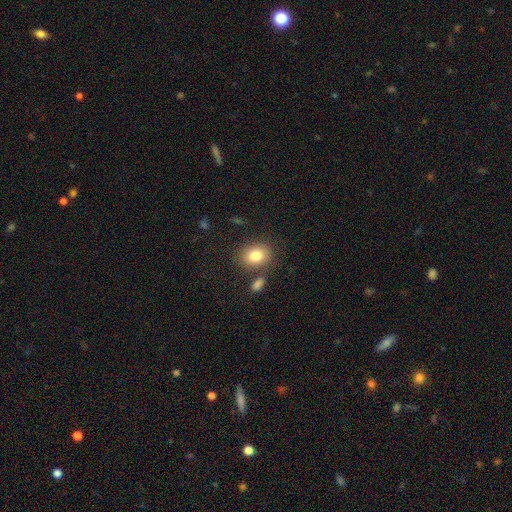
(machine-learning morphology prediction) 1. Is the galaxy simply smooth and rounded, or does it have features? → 83% smooth, 9% featured or disk, 9% star or artifact.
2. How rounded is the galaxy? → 58% in between, 41% round, 1% cigar-shaped.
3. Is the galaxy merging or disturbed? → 75% none, 12% minor disturbance, 10% merger, 4% major disturbance.